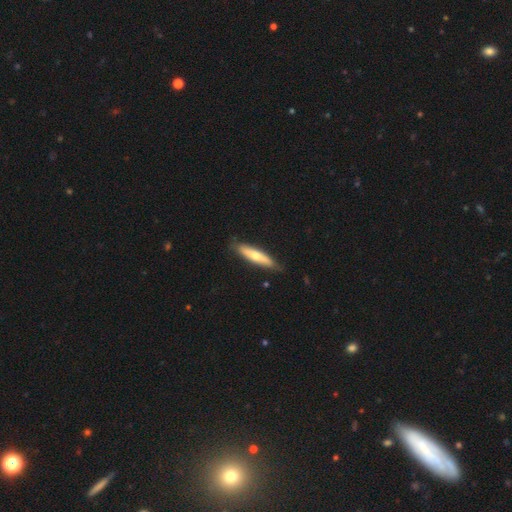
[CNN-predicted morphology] A smooth galaxy with no disk features (56%) that is cigar-shaped (80%).

Vote fractions:
- Smooth or featured? smooth: 56% / featured or disk: 39% / star or artifact: 5%
- How rounded? cigar-shaped: 80% / in between: 19% / round: 2%
- Merging? none: 83% / minor disturbance: 13% / major disturbance: 2% / merger: 1%